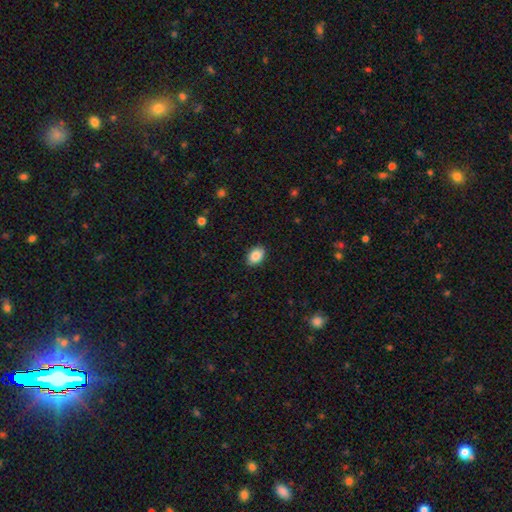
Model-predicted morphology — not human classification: The model was most divided on "how rounded": in between: 84%, round: 15%, cigar-shaped: 1%. More confident: merging — none (89%); smooth or featured — smooth (88%).